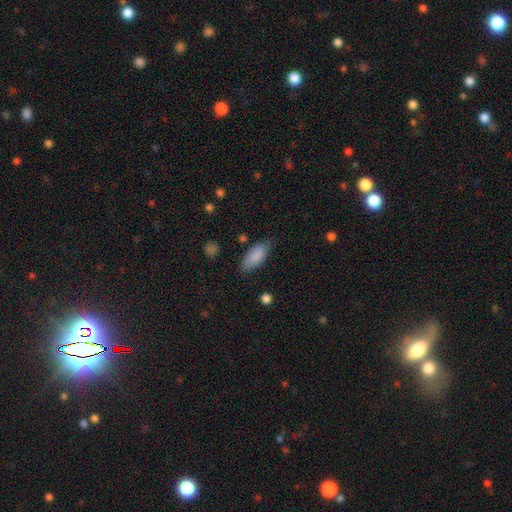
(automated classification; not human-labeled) This appears to be a smooth galaxy with no disk features (87%) that is in between round and cigar-shaped (85%). Merging: none (73%).